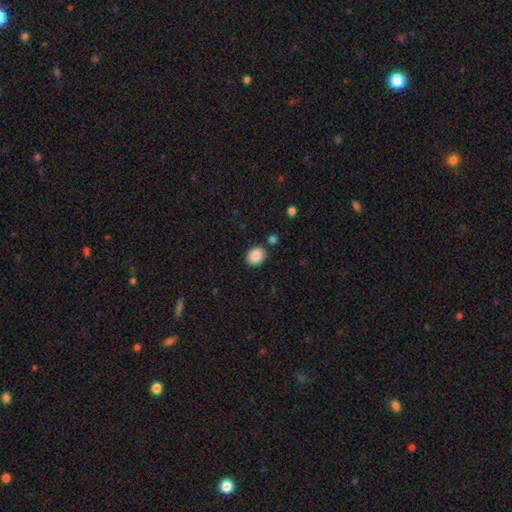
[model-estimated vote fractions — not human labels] Morphology: type=smooth (88%); roundness=in between (53%); merging=none (84%).